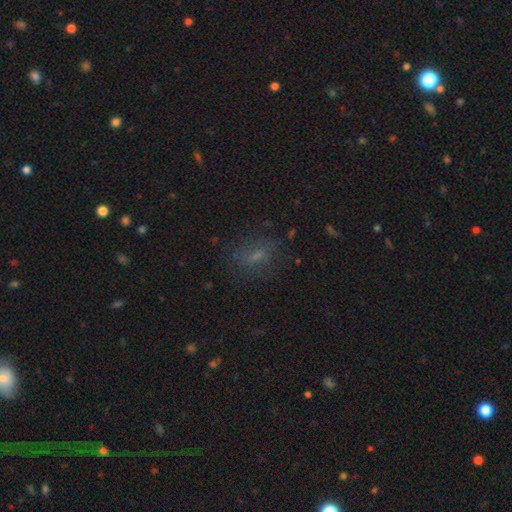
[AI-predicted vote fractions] Smooth or featured?
  - smooth: 54% *
  - star or artifact: 25%
  - featured or disk: 21%
How rounded?
  - in between: 66% *
  - round: 21%
  - cigar-shaped: 13%
Merging?
  - none: 70% *
  - minor disturbance: 17%
  - major disturbance: 11%
  - merger: 2%